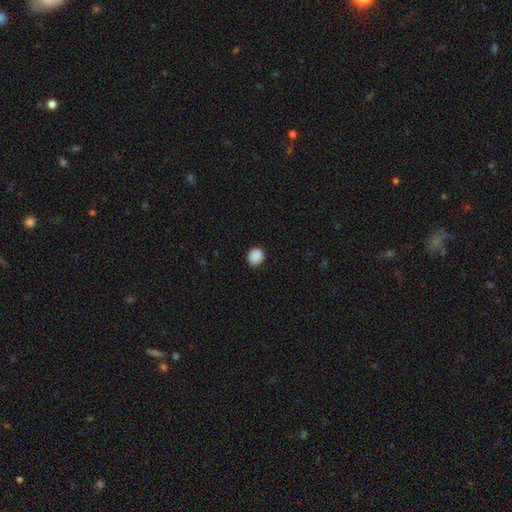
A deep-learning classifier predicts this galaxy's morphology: Smooth or featured? smooth (89%)
How rounded? round (79%)
Merging? none (90%)